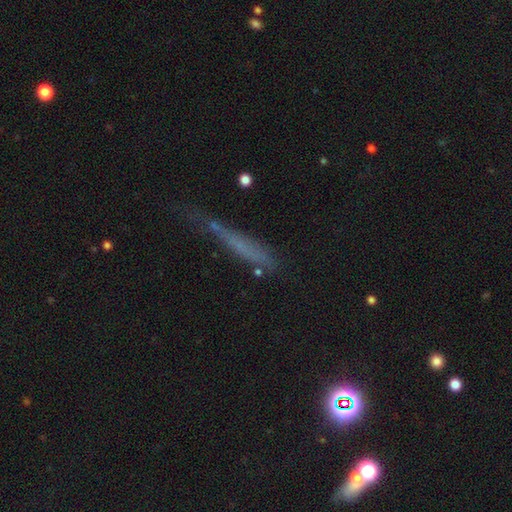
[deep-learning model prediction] Smooth or featured? Predicted: smooth (p=0.53). How rounded? Predicted: cigar-shaped (p=0.89). Merging? Predicted: none (p=0.46).